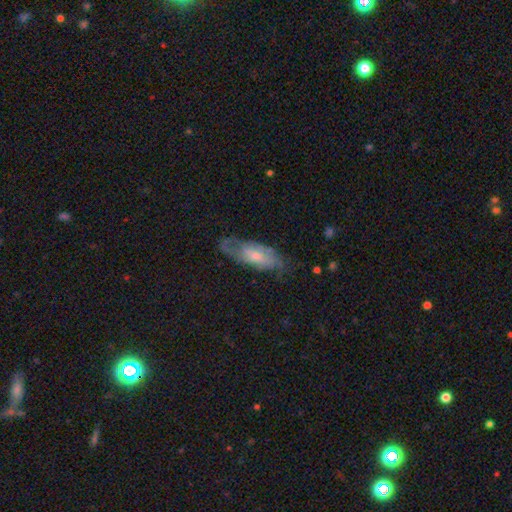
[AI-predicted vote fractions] A featured or disk galaxy (62%) with no bar (65%), spiral arms (82%) and a small central bulge (50%). Merging: none (64%).